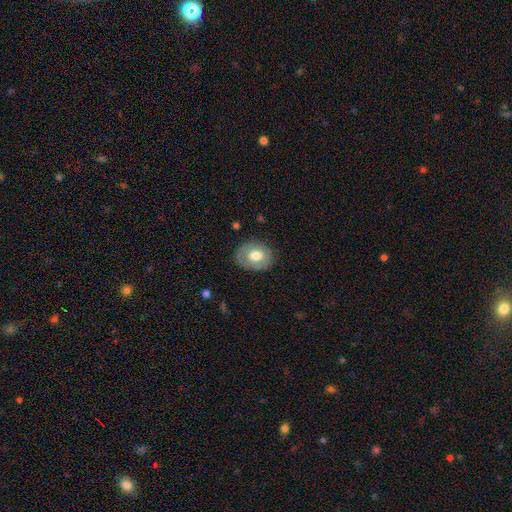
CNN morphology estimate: smooth-or-featured: smooth: 53% | featured or disk: 40% | star or artifact: 6%
  how-rounded: in between: 58% | round: 41% | cigar-shaped: 1%
  merging: none: 77% | minor disturbance: 16% | major disturbance: 6% | merger: 1%